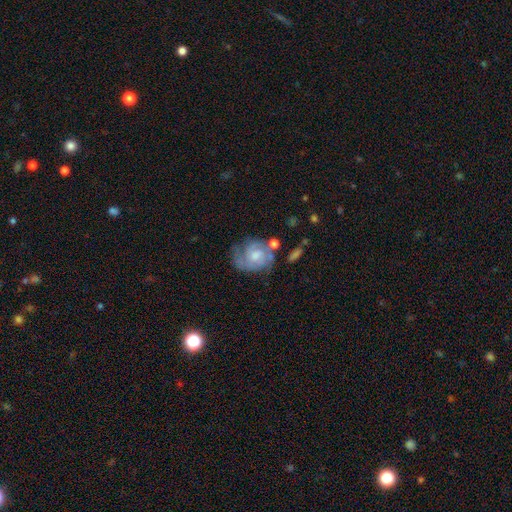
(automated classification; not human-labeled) The model was most divided on "spiral arm count": 2: 38%, can't tell: 35%, 3: 12%, 1: 8%, 4: 3%, more than 4: 3%. Remaining: edge-on disk — no (97%); spiral arms — yes (81%); bar — no (67%); smooth or featured — featured or disk (64%); spiral winding — tight (49%); merging — none (46%); bulge size — moderate (45%).